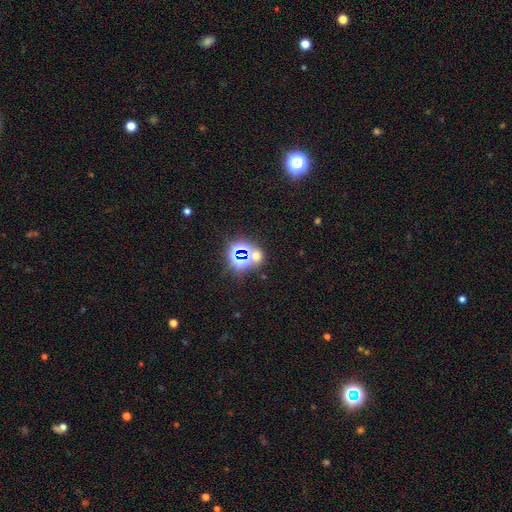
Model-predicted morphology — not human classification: This is likely a star or artifact rather than a galaxy (62%).